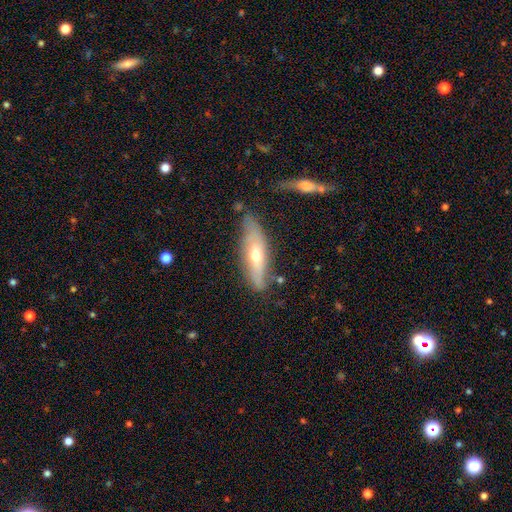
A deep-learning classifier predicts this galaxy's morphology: featured or disk 50%, smooth 43%, star or artifact 6%. Down the decision tree: edge-on disk — yes (58%); merging — none (67%).